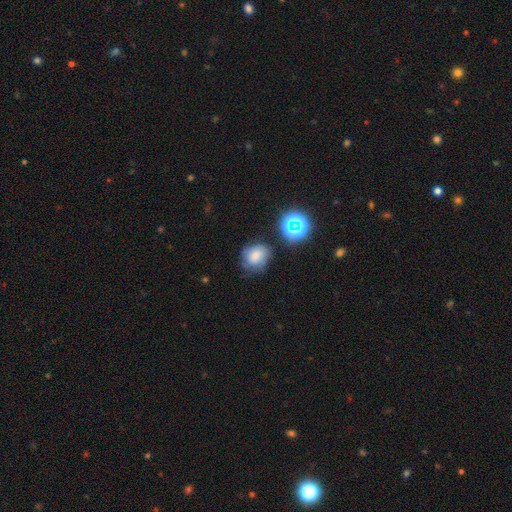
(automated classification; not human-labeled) A smooth galaxy with no disk features (62%) that is round (64%). Merging: none (60%).